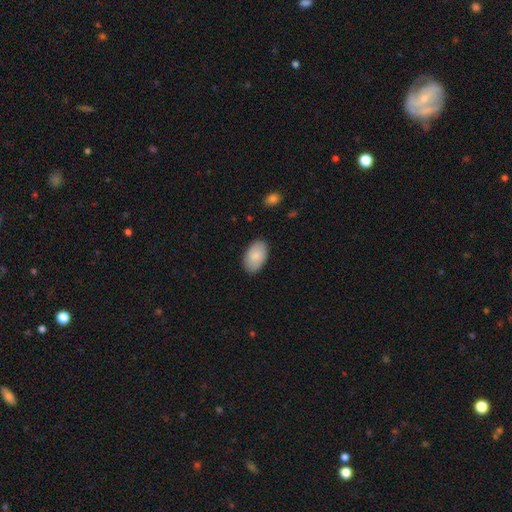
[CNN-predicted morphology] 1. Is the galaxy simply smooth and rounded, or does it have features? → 85% smooth, 10% featured or disk, 6% star or artifact.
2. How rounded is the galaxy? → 94% in between, 5% round, 1% cigar-shaped.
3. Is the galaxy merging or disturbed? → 87% none, 10% minor disturbance, 2% major disturbance, 1% merger.